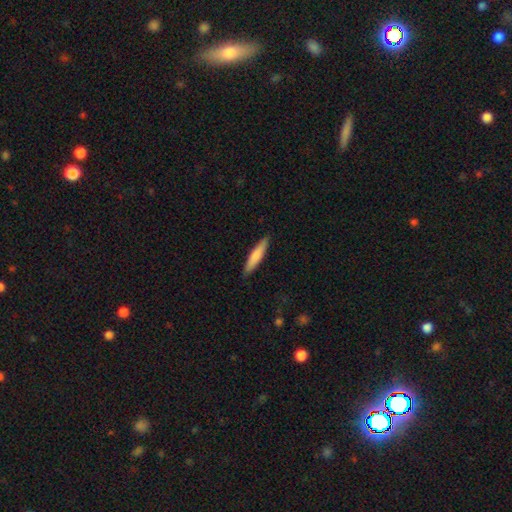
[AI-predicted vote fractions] The model was most divided on "smooth or featured": smooth: 76%, featured or disk: 19%, star or artifact: 5%. More confident: merging — none (89%); how rounded — cigar-shaped (87%).